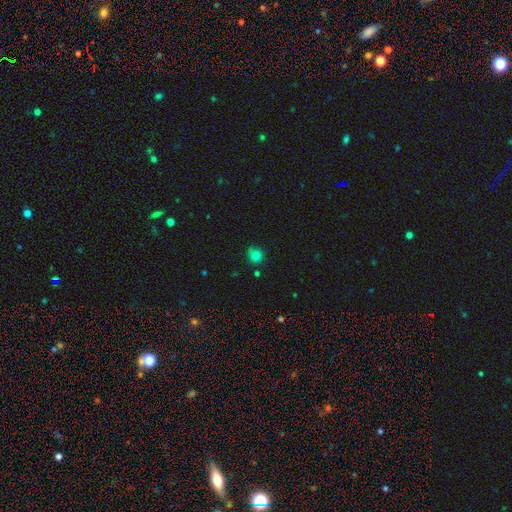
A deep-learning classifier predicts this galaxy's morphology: A smooth galaxy with no disk features (80%) that is round (87%).

Vote fractions:
- Smooth or featured? smooth: 80% / star or artifact: 14% / featured or disk: 6%
- How rounded? round: 87% / in between: 12% / cigar-shaped: 1%
- Merging? none: 79% / minor disturbance: 16% / merger: 3% / major disturbance: 3%